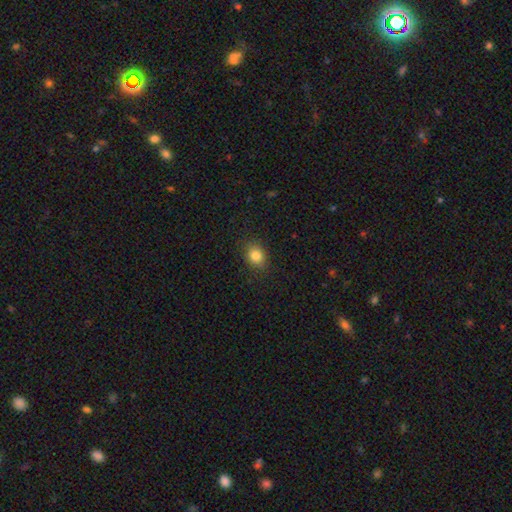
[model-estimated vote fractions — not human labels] A smooth galaxy with no disk features (84%) that is round (54%). Merging: none (87%).